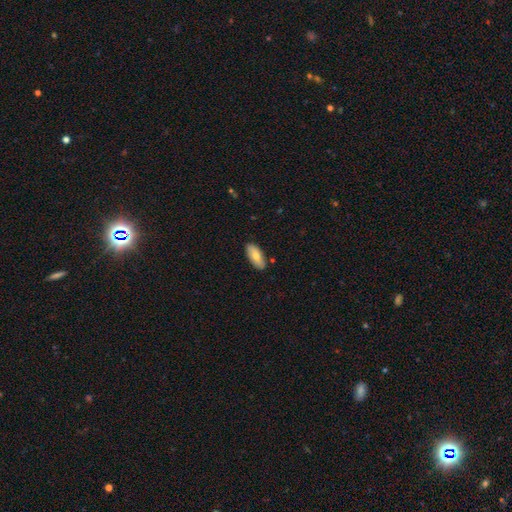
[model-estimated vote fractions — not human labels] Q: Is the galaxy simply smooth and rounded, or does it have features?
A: smooth — 73%.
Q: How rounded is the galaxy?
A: in between — 84%.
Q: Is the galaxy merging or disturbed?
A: none — 86%.